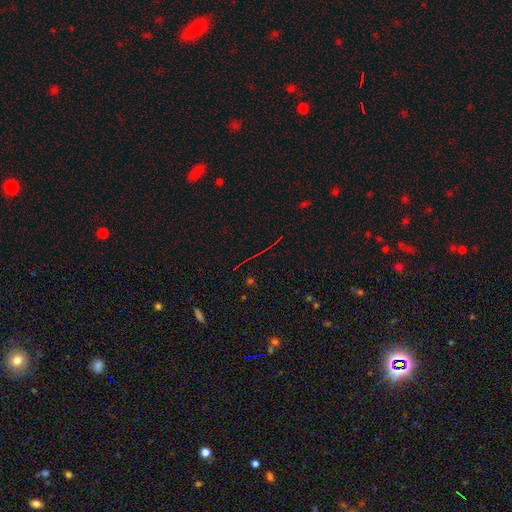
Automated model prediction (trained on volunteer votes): Q: Smooth or featured?
A: star or artifact (75%); runner-up: featured or disk (15%)